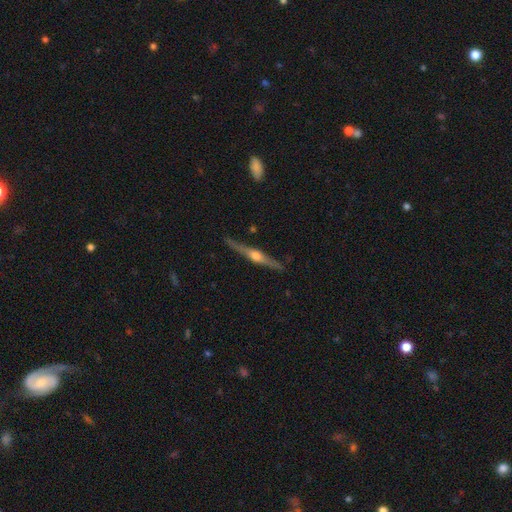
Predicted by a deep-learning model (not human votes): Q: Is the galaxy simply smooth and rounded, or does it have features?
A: featured or disk — 77%.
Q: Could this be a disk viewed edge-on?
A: yes — 98%.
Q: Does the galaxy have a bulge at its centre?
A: rounded — 90%.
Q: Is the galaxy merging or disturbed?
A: none — 87%.